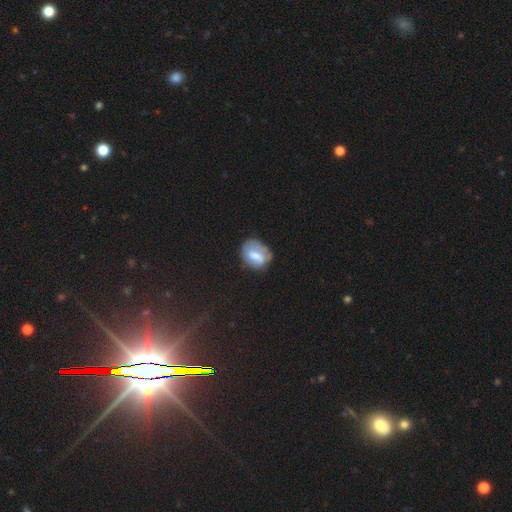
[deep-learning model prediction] Smooth or featured? smooth (57%)
How rounded? in between (60%)
Merging? none (56%)